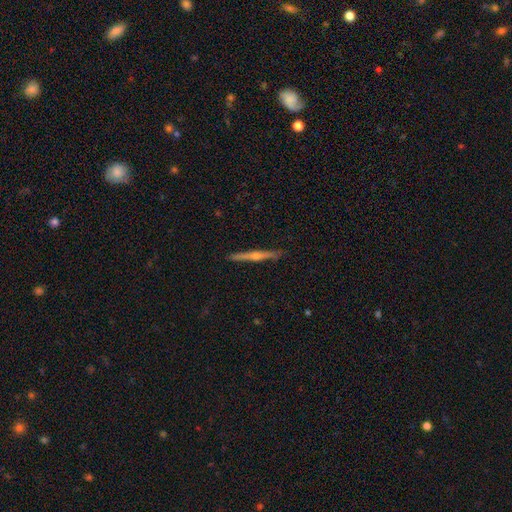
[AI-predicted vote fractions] This is likely a featured or disk galaxy (75%). It is clearly viewed edge-on (98%). Edge-on bulge: clearly rounded (86%). Merging: clearly none (91%).